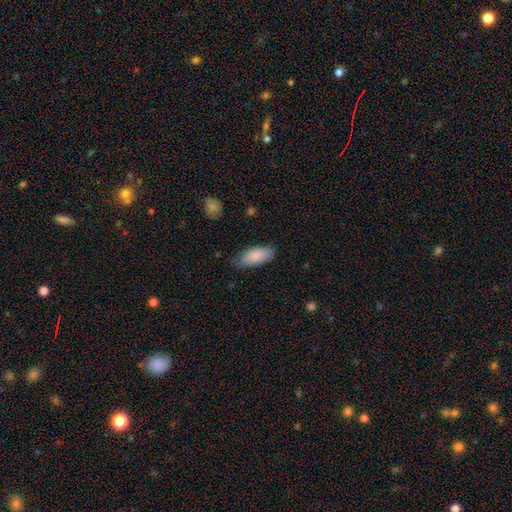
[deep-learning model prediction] A smooth galaxy with no disk features (86%) that is in between round and cigar-shaped (86%). Merging: none (73%).